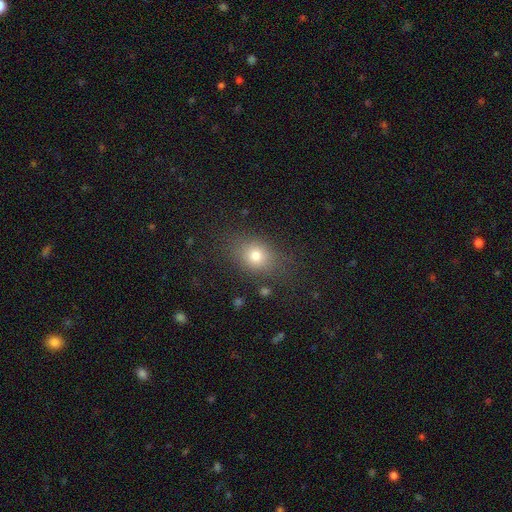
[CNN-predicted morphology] Smooth or featured? Predicted: smooth (p=0.75). How rounded? Predicted: in between (p=0.53). Merging? Predicted: none (p=0.77).